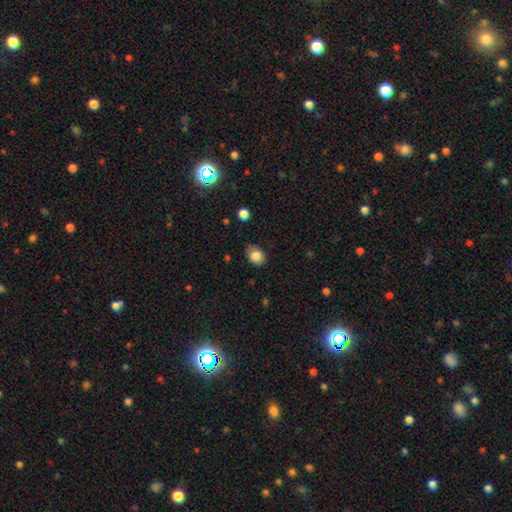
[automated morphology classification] type=smooth (84%); roundness=in between (69%); merging=none (73%).